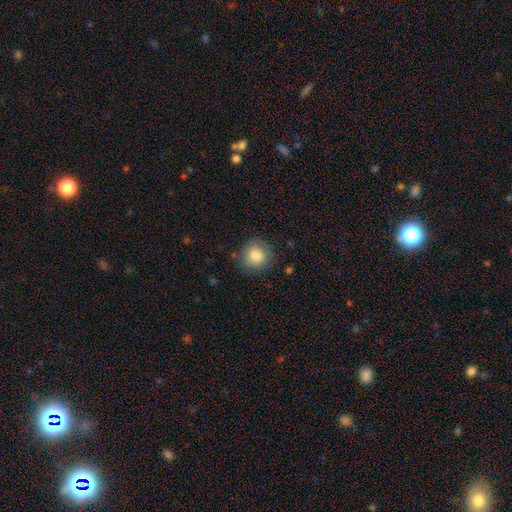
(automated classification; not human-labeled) A smooth galaxy with no disk features (84%) that is round (90%). Merging: none (83%).